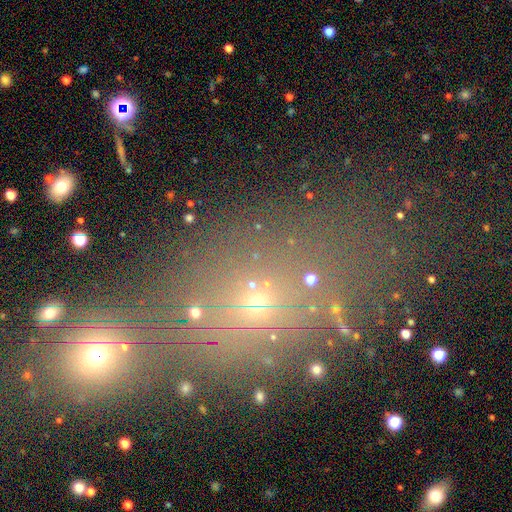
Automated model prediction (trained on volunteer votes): Smooth or featured?
  - star or artifact: 47% *
  - smooth: 37%
  - featured or disk: 16%